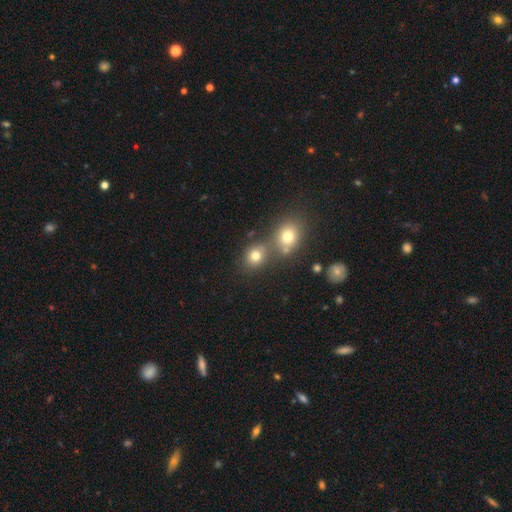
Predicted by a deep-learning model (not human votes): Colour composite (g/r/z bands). It shows a smooth galaxy with no disk features (76%) that is round (73%). Merging: none (57%).